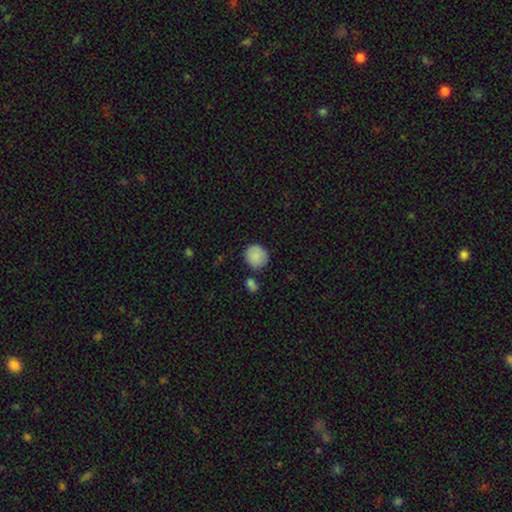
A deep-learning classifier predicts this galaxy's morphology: Overall: smooth (87%). How rounded: round (85%). Merging: none (75%).